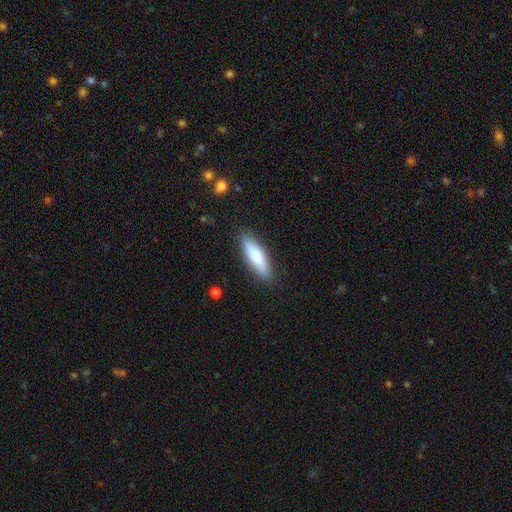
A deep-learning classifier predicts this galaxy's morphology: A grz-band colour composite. It shows a smooth galaxy with no disk features (78%) that is cigar-shaped (57%). Merging: none (86%).